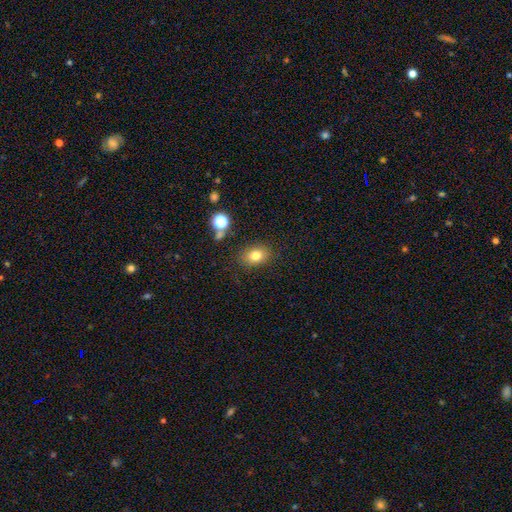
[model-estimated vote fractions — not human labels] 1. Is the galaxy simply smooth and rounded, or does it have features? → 79% smooth, 12% star or artifact, 10% featured or disk.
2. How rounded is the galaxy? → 69% in between, 30% round, 1% cigar-shaped.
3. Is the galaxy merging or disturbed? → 83% none, 11% minor disturbance, 3% major disturbance, 3% merger.